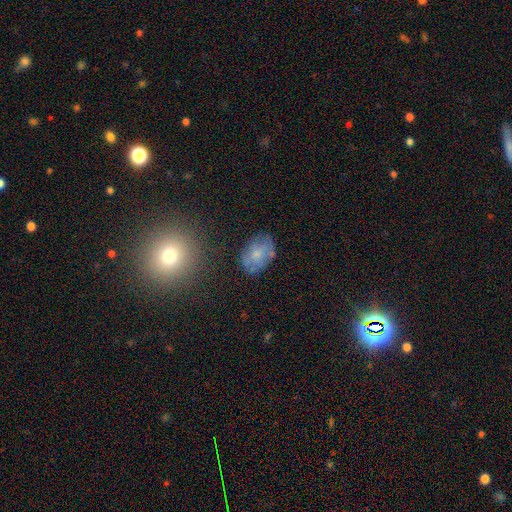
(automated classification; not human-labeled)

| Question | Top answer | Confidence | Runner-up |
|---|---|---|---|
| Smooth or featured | smooth | 64% | featured or disk (27%) |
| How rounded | in between | 82% | round (17%) |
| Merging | none | 69% | minor disturbance (21%) |